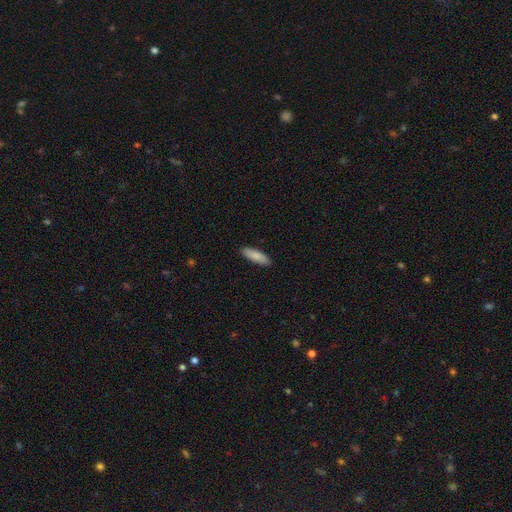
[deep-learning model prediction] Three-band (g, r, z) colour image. It shows a smooth galaxy with no disk features (84%) that is in between round and cigar-shaped (52%). Merging: none (89%).